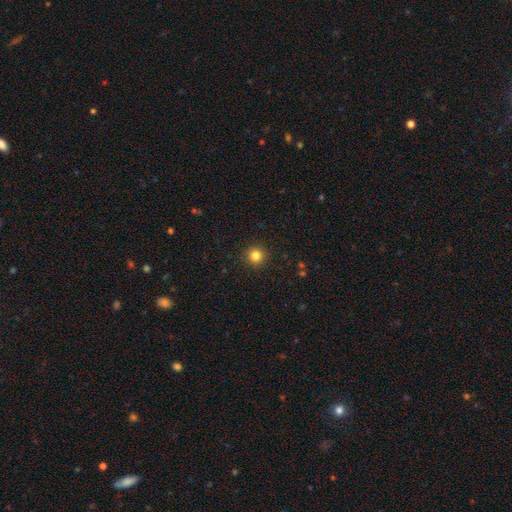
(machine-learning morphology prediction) This appears to be a smooth galaxy with no disk features (83%) that is round (95%). Merging: none (92%).